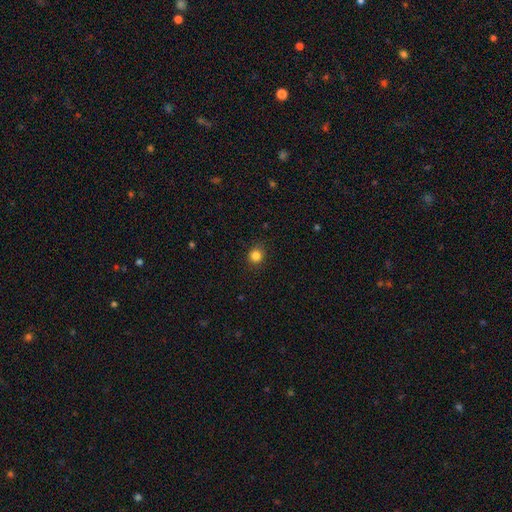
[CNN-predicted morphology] Overall: smooth (84%). How rounded: round (90%). Merging: none (88%).